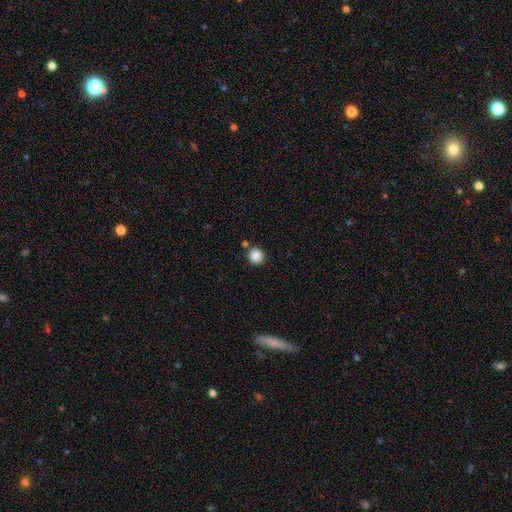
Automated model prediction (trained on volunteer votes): Smooth or featured? smooth (87%)
How rounded? round (90%)
Merging? none (79%)